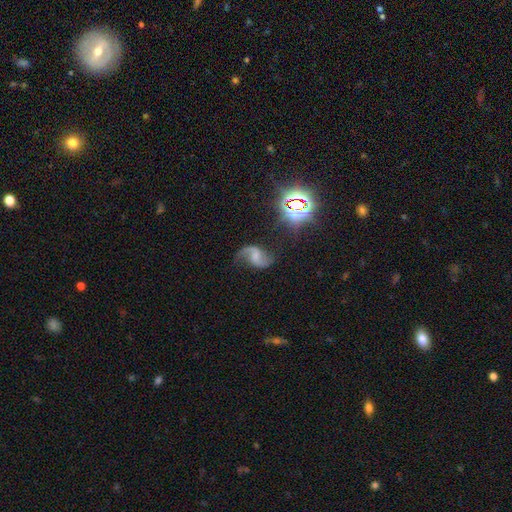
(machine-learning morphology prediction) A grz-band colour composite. It shows a featured or disk galaxy (80%) with a weak bar (47%), 2 (90%) loose (77%) spiral arms (95%) and no central bulge (52%). Merging: none (68%).